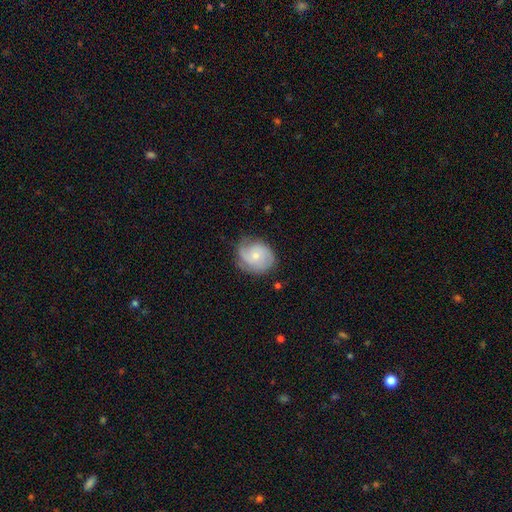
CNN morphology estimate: Smooth or featured? Predicted: featured or disk (p=0.65). Edge-on disk? Predicted: no (p=0.98). Bar? Predicted: no (p=0.74). Spiral arms? Predicted: yes (p=0.91). Spiral winding? Predicted: tight (p=0.44). Spiral arm count? Predicted: 2 (p=0.46). Bulge size? Predicted: small (p=0.62). Merging? Predicted: none (p=0.69).